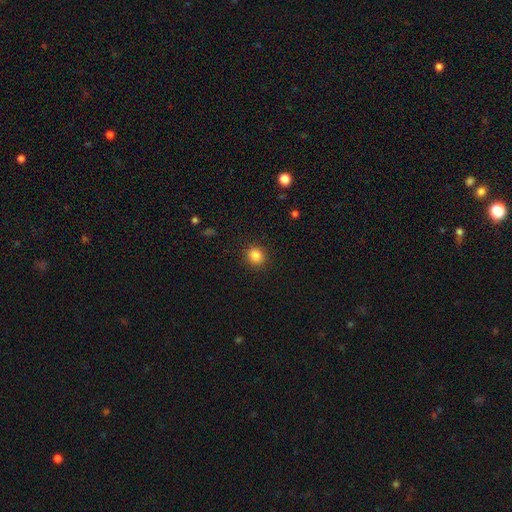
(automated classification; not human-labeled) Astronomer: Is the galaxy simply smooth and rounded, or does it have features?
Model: smooth — 85%.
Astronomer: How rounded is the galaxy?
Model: round — 84%.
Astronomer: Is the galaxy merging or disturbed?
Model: none — 91%.